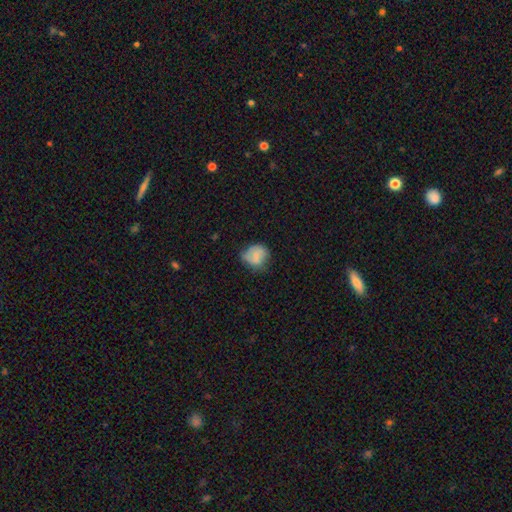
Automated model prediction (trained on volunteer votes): This is likely a smooth galaxy (63%). How rounded: likely round (74%). Merging: possibly none (58%).